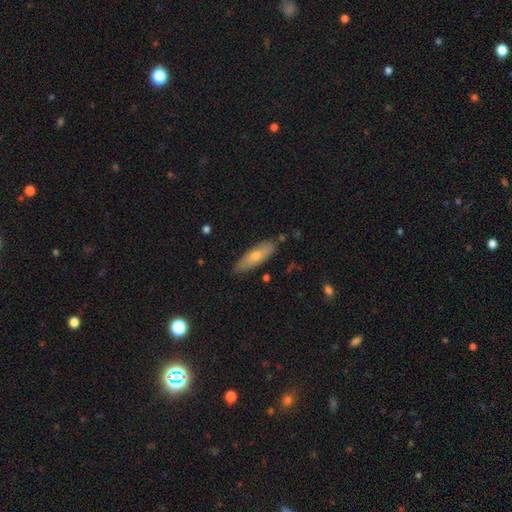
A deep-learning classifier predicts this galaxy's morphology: Smooth or featured? smooth (61%)
How rounded? cigar-shaped (58%)
Merging? none (84%)